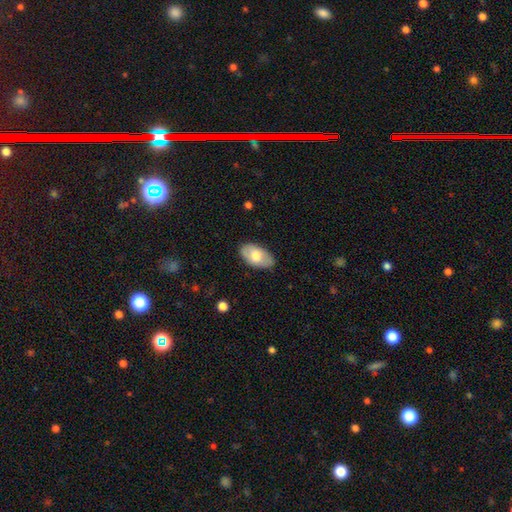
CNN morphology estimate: Smooth or featured? Predicted: smooth (p=0.69). How rounded? Predicted: in between (p=0.95). Merging? Predicted: none (p=0.81).